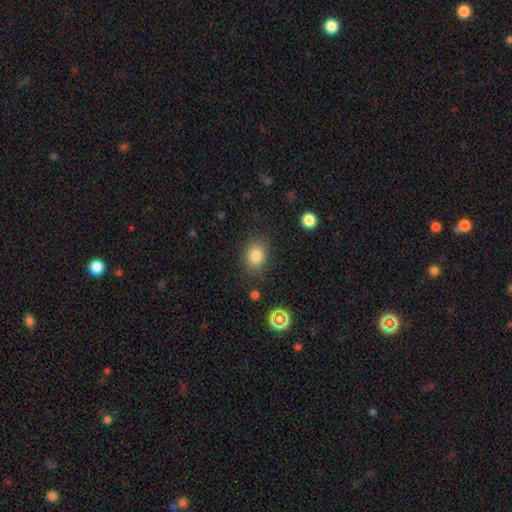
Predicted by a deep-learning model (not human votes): This appears to be a smooth galaxy with no disk features (82%) that is in between round and cigar-shaped (57%). Merging: none (82%).